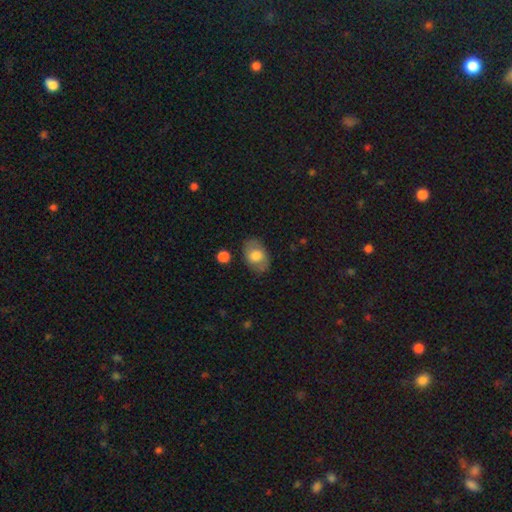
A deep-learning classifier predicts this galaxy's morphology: Overall: smooth (68%). How rounded: in between (80%). Merging: none (76%).